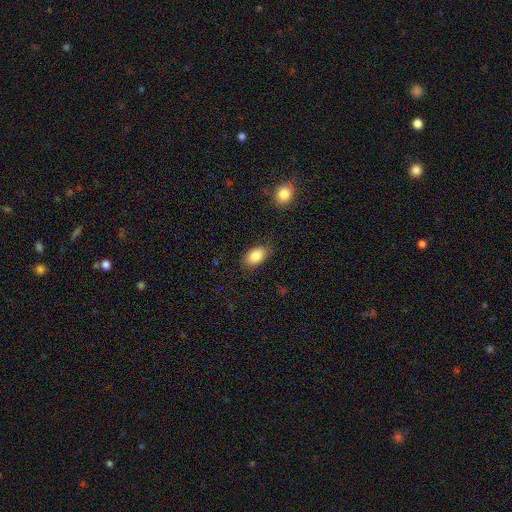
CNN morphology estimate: Q: Smooth or featured?
A: smooth (85%); runner-up: star or artifact (8%)
Q: How rounded?
A: in between (89%); runner-up: round (9%)
Q: Merging?
A: none (80%); runner-up: minor disturbance (15%)